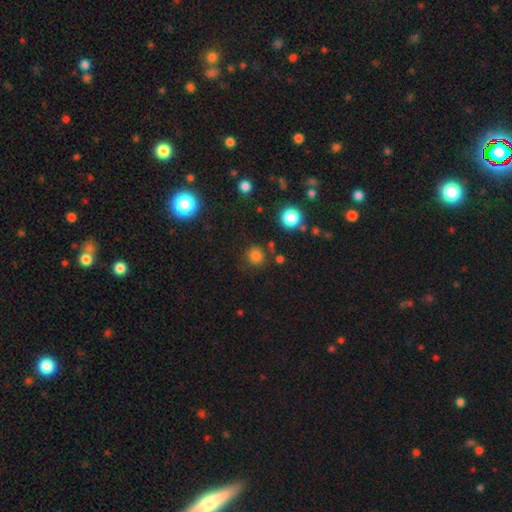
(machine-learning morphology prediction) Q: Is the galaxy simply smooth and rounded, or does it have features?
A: smooth — 78%.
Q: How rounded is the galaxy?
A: round — 92%.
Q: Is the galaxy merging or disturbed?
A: none — 84%.